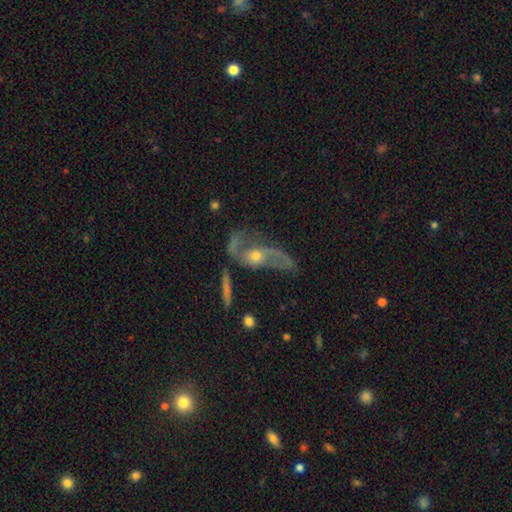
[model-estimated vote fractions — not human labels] Morphology: type=featured or disk (75%); edge-on=no (85%); bar=no (67%); spiral arms=yes (78%); winding=loose (60%); arm count=2 (66%); bulge=moderate (59%); merging=none (40%).